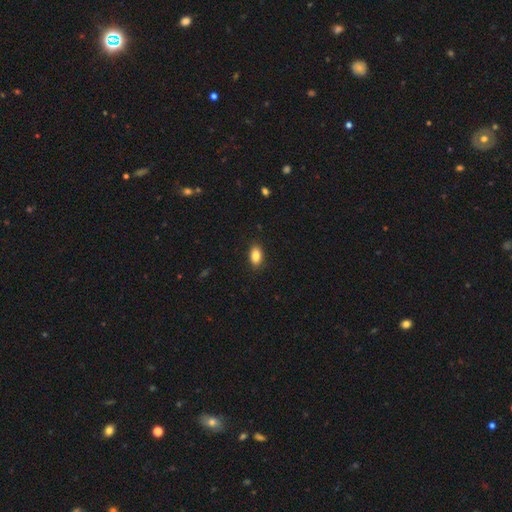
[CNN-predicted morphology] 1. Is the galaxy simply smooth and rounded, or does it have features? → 87% smooth, 8% star or artifact, 5% featured or disk.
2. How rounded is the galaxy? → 91% in between, 7% round, 3% cigar-shaped.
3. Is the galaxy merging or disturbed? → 88% none, 9% minor disturbance, 2% major disturbance, 1% merger.